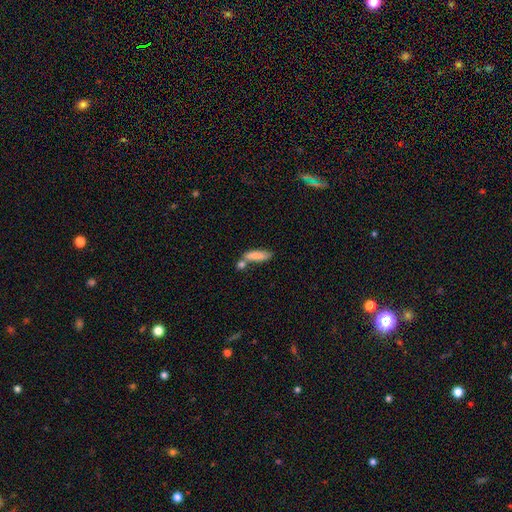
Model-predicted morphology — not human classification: Overall: smooth (81%). How rounded: cigar-shaped (55%; in between 43%). Merging: none (46%; merger 33%).